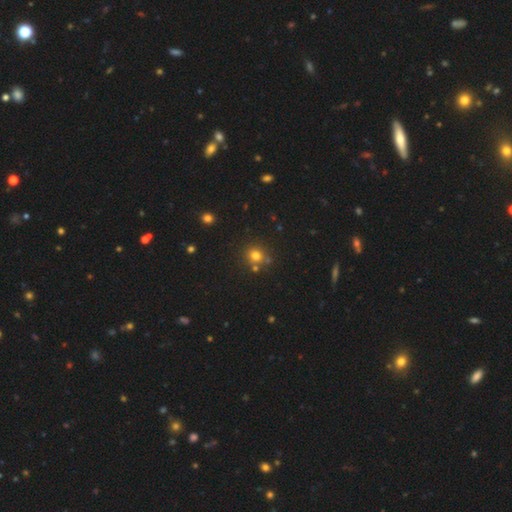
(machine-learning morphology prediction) Q: Smooth or featured?
A: smooth (74%); runner-up: star or artifact (18%)
Q: How rounded?
A: round (85%); runner-up: in between (14%)
Q: Merging?
A: none (73%); runner-up: merger (14%)